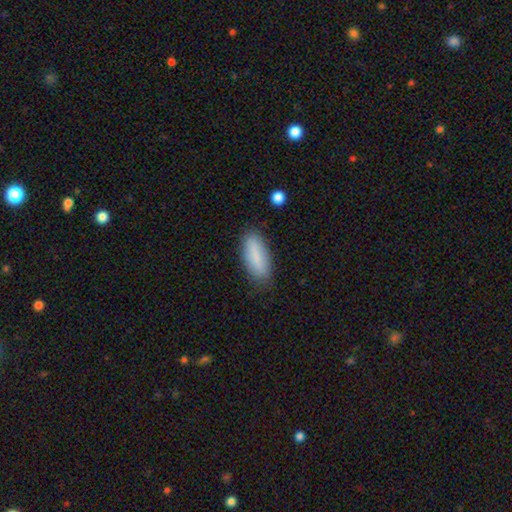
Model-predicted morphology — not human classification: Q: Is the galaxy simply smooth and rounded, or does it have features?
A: smooth — 83%.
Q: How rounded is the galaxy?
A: in between — 62%.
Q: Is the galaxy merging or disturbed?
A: none — 82%.